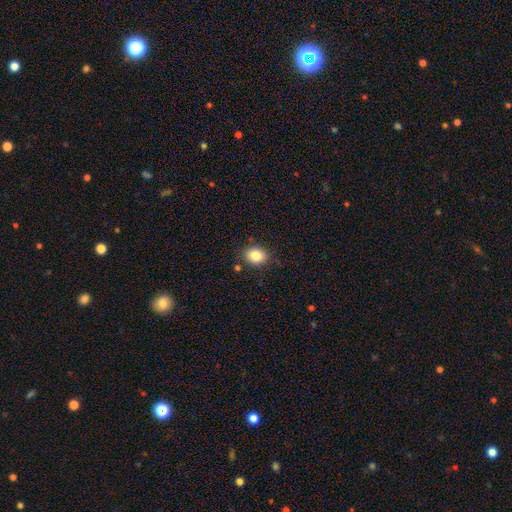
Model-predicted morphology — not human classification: Smooth or featured?
  - smooth: 85% *
  - star or artifact: 9%
  - featured or disk: 6%
How rounded?
  - in between: 51% *
  - round: 48%
  - cigar-shaped: 1%
Merging?
  - none: 83% *
  - minor disturbance: 11%
  - merger: 3%
  - major disturbance: 3%